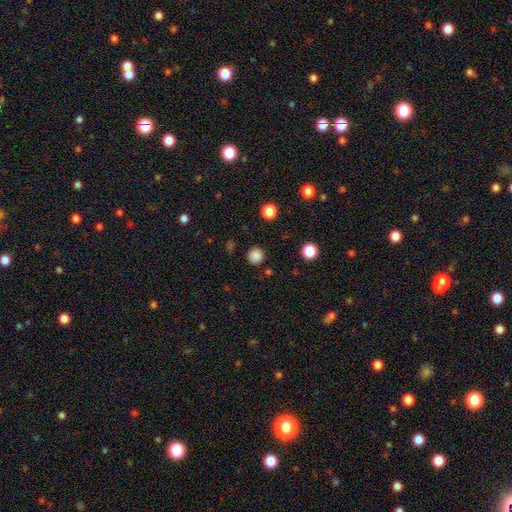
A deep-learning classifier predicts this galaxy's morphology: smooth_or_featured: smooth (p=0.84) [alt: star or artifact p=0.13]
how_rounded: round (p=0.94) [alt: in between p=0.05]
merging: none (p=0.89) [alt: minor disturbance p=0.07]